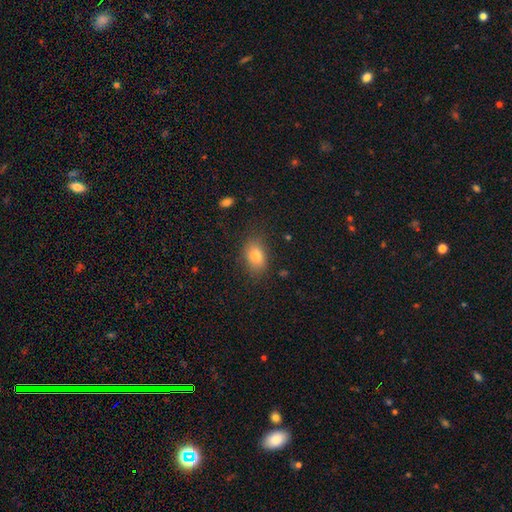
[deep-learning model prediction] The model was most divided on "how rounded": in between: 81%, round: 17%, cigar-shaped: 2%. More confident: smooth or featured — smooth (81%); merging — none (80%).